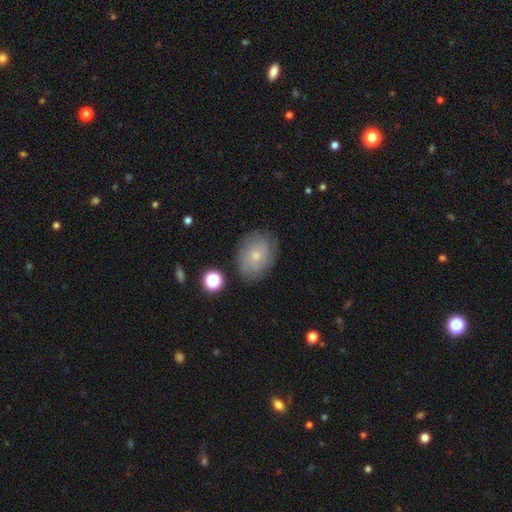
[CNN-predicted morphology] This is possibly a smooth galaxy (54%). How rounded: likely in between (61%). Merging: likely none (76%).